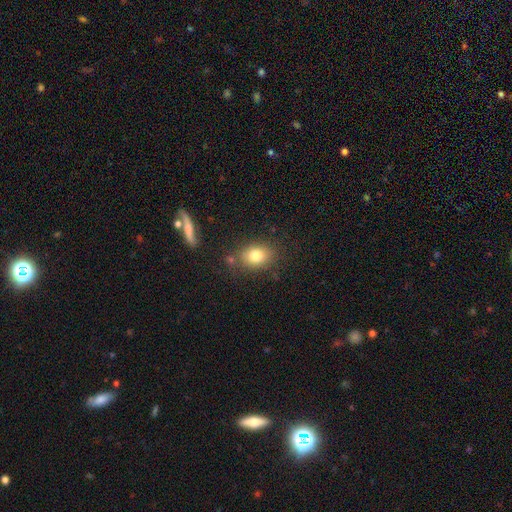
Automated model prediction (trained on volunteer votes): This is likely a smooth galaxy (78%). How rounded: likely in between (64%). Merging: likely none (77%).